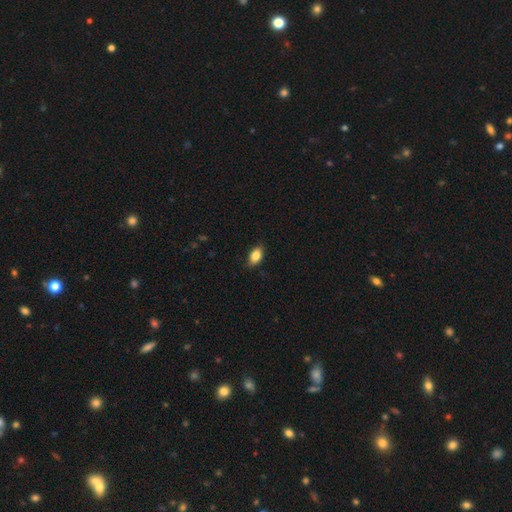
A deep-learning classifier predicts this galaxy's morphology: Smooth or featured? Predicted: smooth (p=0.83). How rounded? Predicted: in between (p=0.87). Merging? Predicted: none (p=0.82).